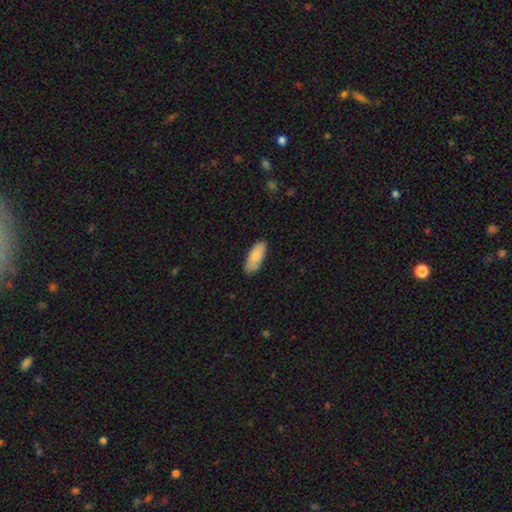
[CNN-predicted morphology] smooth_or_featured: smooth (p=0.83) [alt: featured or disk p=0.11]
how_rounded: in between (p=0.82) [alt: cigar-shaped p=0.16]
merging: none (p=0.80) [alt: minor disturbance p=0.16]